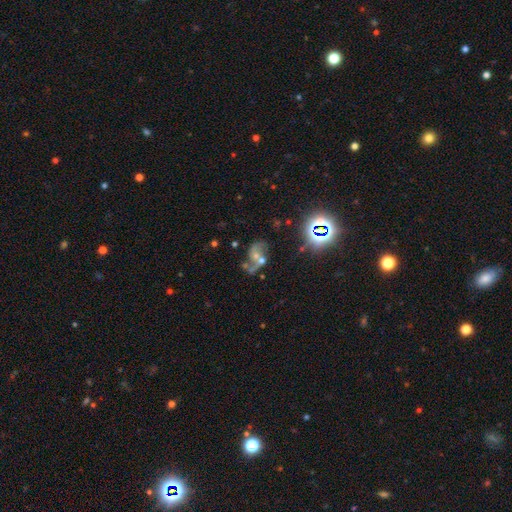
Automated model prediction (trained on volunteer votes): Smooth or featured? Predicted: featured or disk (p=0.58). Edge-on disk? Predicted: no (p=0.97). Bar? Predicted: no (p=0.65). Spiral arms? Predicted: yes (p=0.79). Bulge size? Predicted: small (p=0.49). Merging? Predicted: none (p=0.38).